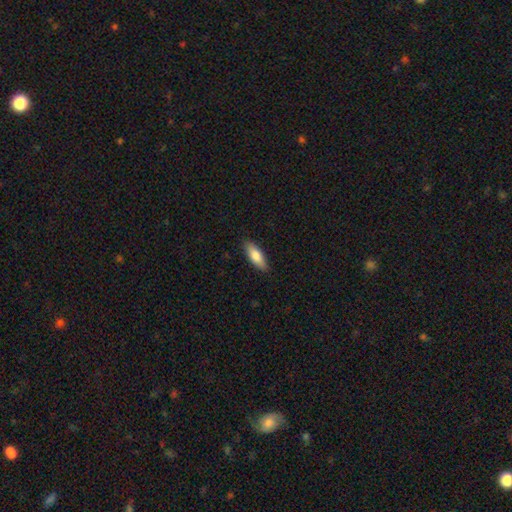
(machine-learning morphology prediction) Smooth or featured: smooth — 81% (featured or disk — 13%)
How rounded: in between — 68% (cigar-shaped — 30%)
Merging: none — 87% (minor disturbance — 10%)